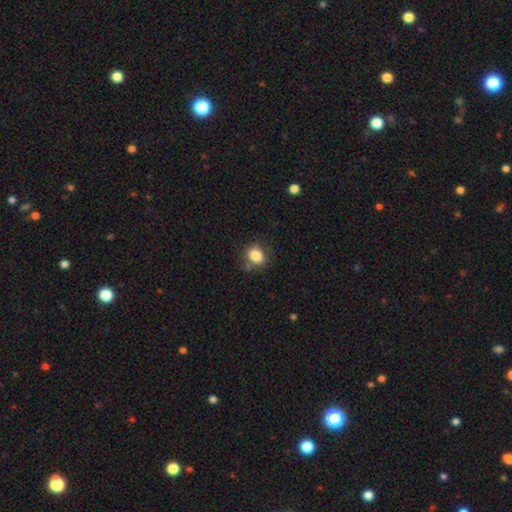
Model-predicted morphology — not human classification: A smooth galaxy with no disk features (83%) that is round (59%).

Vote fractions:
- Smooth or featured? smooth: 83% / star or artifact: 10% / featured or disk: 6%
- How rounded? round: 59% / in between: 40% / cigar-shaped: 1%
- Merging? none: 73% / minor disturbance: 16% / merger: 7% / major disturbance: 4%